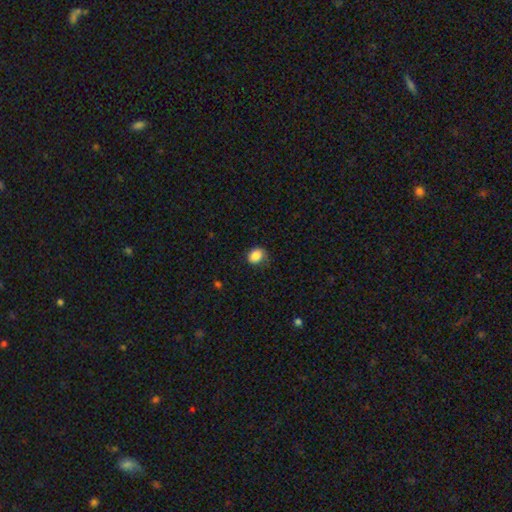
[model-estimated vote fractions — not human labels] smooth_or_featured: smooth (p=0.87) [alt: star or artifact p=0.09]
how_rounded: in between (p=0.53) [alt: round p=0.46]
merging: none (p=0.74) [alt: minor disturbance p=0.20]